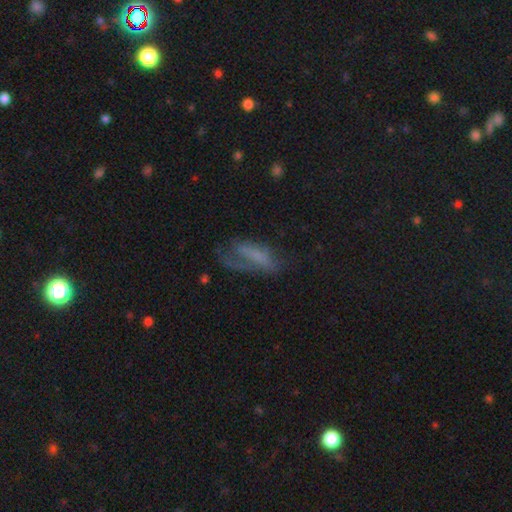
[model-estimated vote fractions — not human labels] Smooth or featured?
  - smooth: 49% *
  - featured or disk: 38%
  - star or artifact: 13%
Merging?
  - major disturbance: 39% *
  - none: 34%
  - minor disturbance: 24%
  - merger: 4%